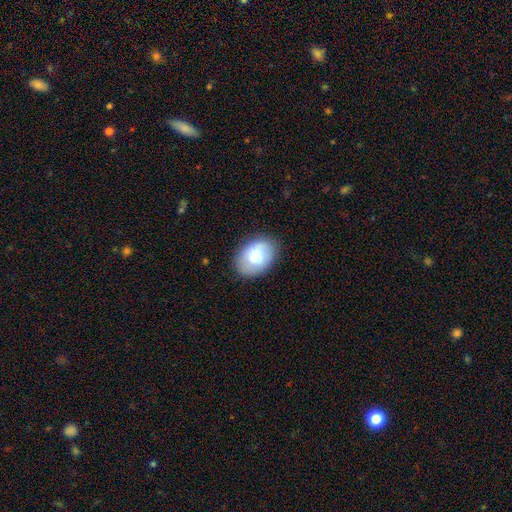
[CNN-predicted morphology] smooth_or_featured: smooth (p=0.76) [alt: featured or disk p=0.17]
how_rounded: in between (p=0.83) [alt: round p=0.16]
merging: none (p=0.78) [alt: minor disturbance p=0.16]